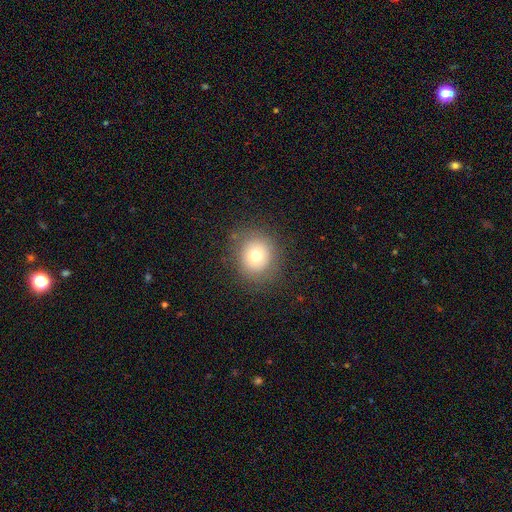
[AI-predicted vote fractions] smooth 71%, featured or disk 17%, star or artifact 12%. Down the decision tree: how rounded — round (82%); merging — none (82%).